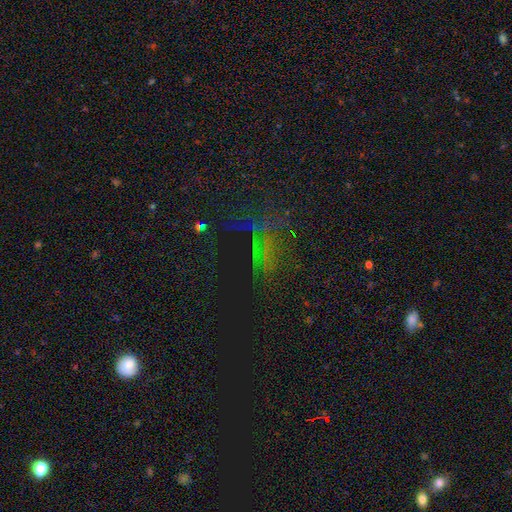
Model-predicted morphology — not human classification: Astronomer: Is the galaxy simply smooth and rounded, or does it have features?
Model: star or artifact — 51% (runner-up: smooth, 29%).